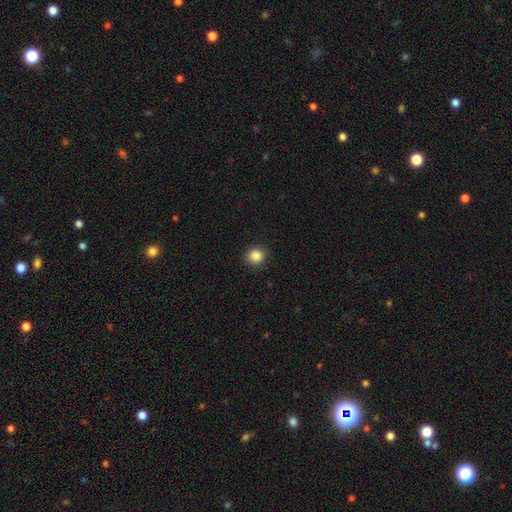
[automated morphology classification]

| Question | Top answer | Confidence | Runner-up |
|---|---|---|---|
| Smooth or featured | smooth | 87% | star or artifact (10%) |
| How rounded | round | 84% | in between (15%) |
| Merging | none | 88% | minor disturbance (9%) |